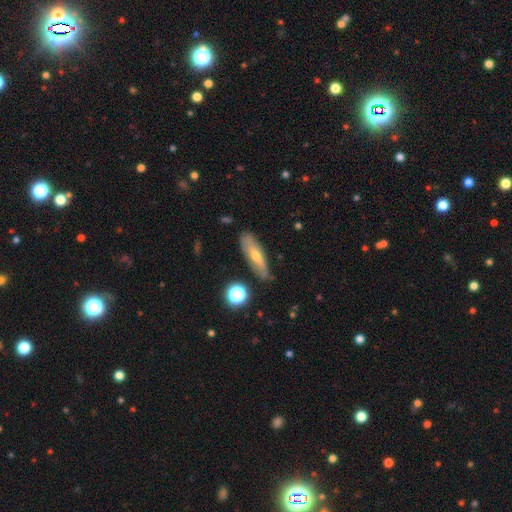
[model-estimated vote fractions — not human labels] This appears to be a smooth galaxy with no disk features (48%). Merging: none (78%).